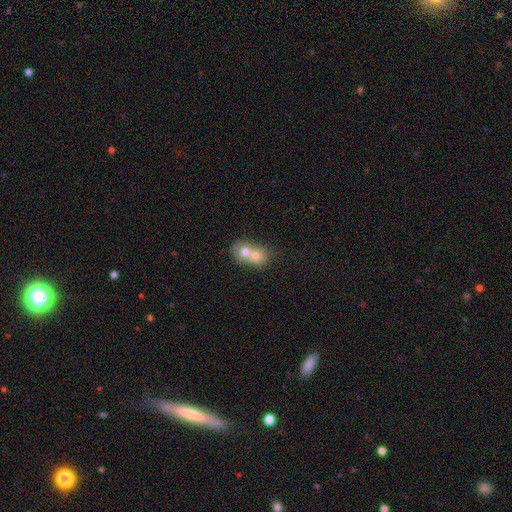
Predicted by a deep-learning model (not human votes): Smooth or featured? Predicted: smooth (p=0.67). How rounded? Predicted: round (p=0.59). Merging? Predicted: merger (p=0.76).